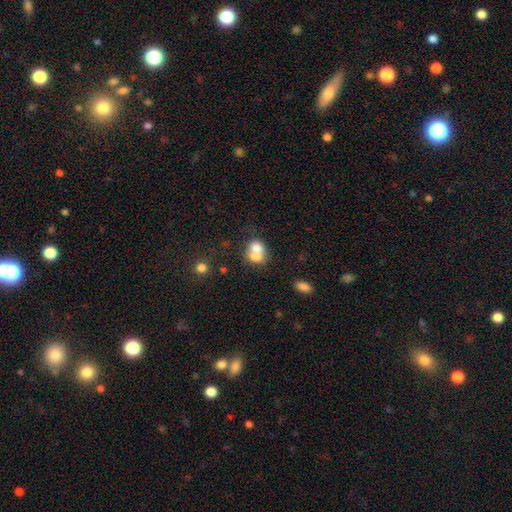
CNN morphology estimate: Smooth or featured: smooth — 69% (featured or disk — 22%)
How rounded: round — 58% (in between — 41%)
Merging: merger — 69% (none — 22%)